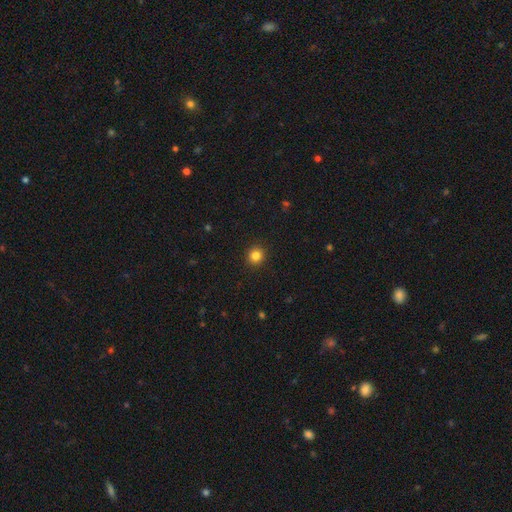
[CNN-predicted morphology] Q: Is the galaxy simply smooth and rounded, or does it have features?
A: smooth — 83%.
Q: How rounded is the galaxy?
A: round — 92%.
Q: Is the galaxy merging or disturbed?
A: none — 93%.